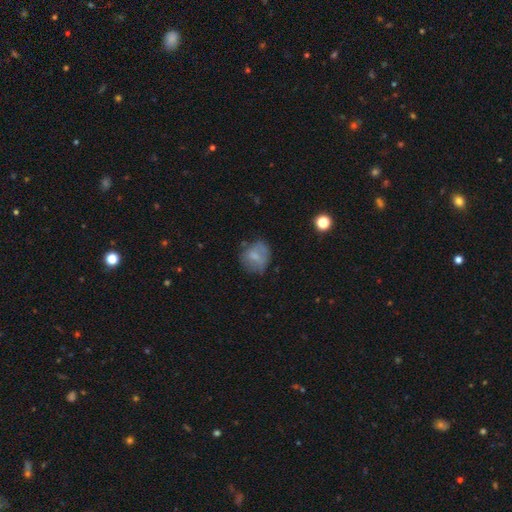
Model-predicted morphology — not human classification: Smooth or featured: smooth — 61% (featured or disk — 29%)
How rounded: round — 67% (in between — 32%)
Merging: none — 54% (minor disturbance — 27%)